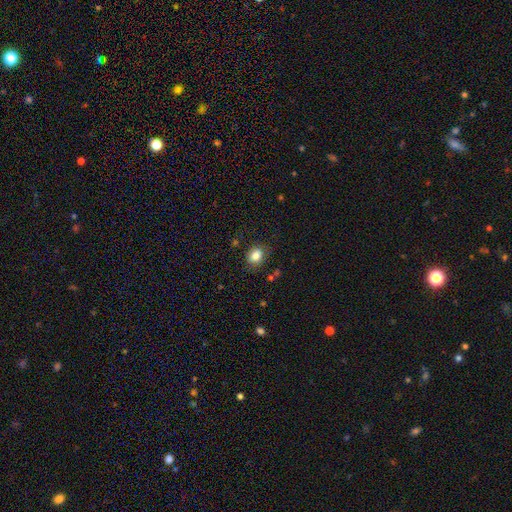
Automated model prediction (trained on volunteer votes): smooth-or-featured: smooth: 84% | star or artifact: 9% | featured or disk: 7%
  how-rounded: in between: 58% | round: 41% | cigar-shaped: 1%
  merging: none: 79% | minor disturbance: 15% | major disturbance: 4% | merger: 2%